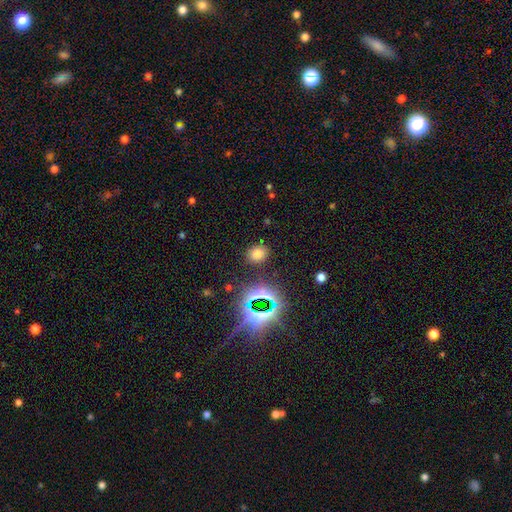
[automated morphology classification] Smooth or featured? smooth (61%)
How rounded? round (51%)
Merging? none (85%)